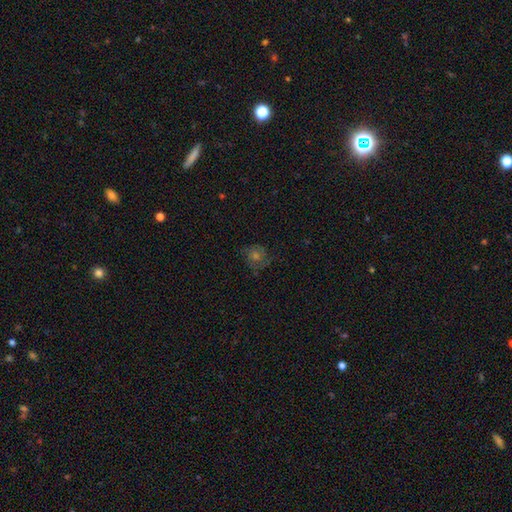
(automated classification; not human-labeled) This is possibly a featured or disk galaxy (45%). Merging: likely none (74%).